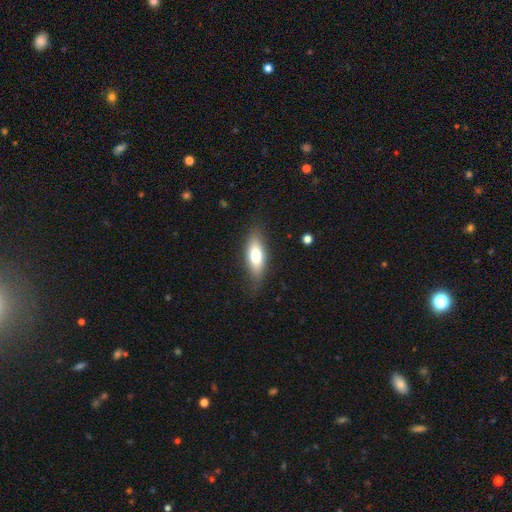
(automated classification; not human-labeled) smooth-or-featured: smooth: 70% | featured or disk: 23% | star or artifact: 7%
  how-rounded: in between: 69% | cigar-shaped: 28% | round: 3%
  merging: none: 76% | minor disturbance: 18% | major disturbance: 5% | merger: 1%